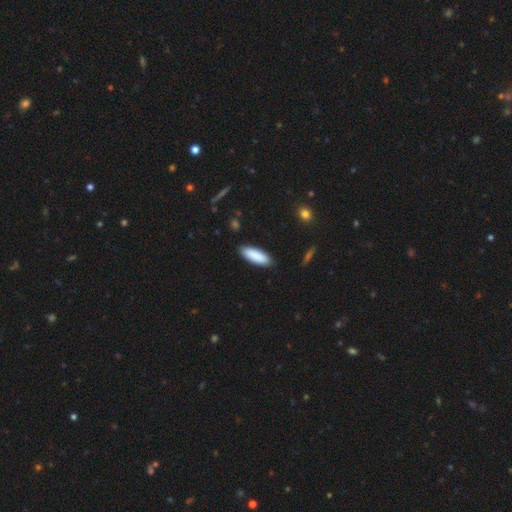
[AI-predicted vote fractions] smooth-or-featured: smooth: 89% | star or artifact: 6% | featured or disk: 5%
  how-rounded: in between: 63% | cigar-shaped: 35% | round: 1%
  merging: none: 88% | minor disturbance: 9% | major disturbance: 2% | merger: 1%